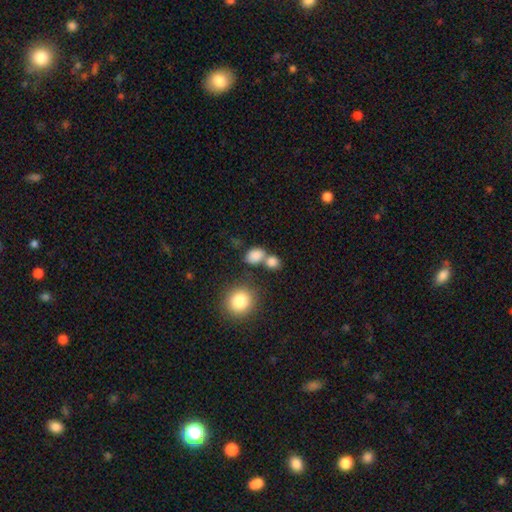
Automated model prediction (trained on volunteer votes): This appears to be a smooth galaxy with no disk features (83%) that is in between round and cigar-shaped (59%). Merging: none (43%).